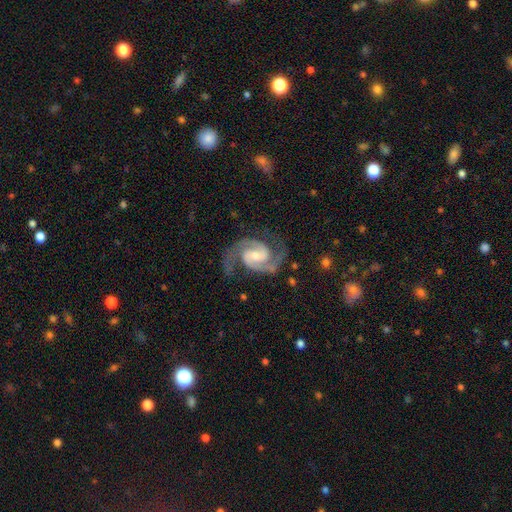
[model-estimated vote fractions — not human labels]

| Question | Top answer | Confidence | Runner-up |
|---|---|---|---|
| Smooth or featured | featured or disk | 93% | star or artifact (4%) |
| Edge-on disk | no | 98% | yes (2%) |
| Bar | weak | 44% | no (42%) |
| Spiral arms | yes | 99% | no (1%) |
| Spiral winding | medium | 61% | tight (28%) |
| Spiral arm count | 2 | 94% | 3 (2%) |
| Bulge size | moderate | 47% | small (44%) |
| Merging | none | 74% | minor disturbance (17%) |